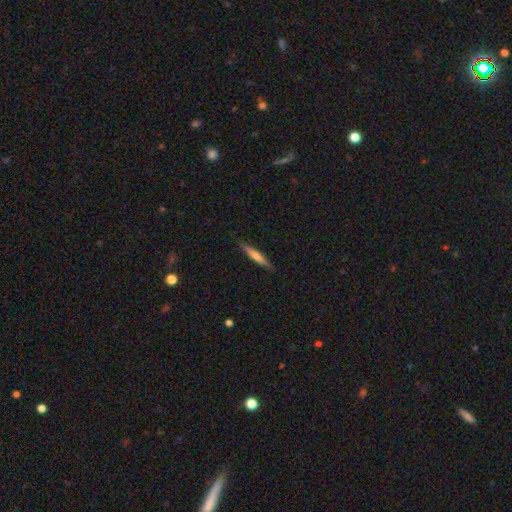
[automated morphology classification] Smooth or featured? Predicted: smooth (p=0.50). How rounded? Predicted: cigar-shaped (p=0.94). Merging? Predicted: none (p=0.89).